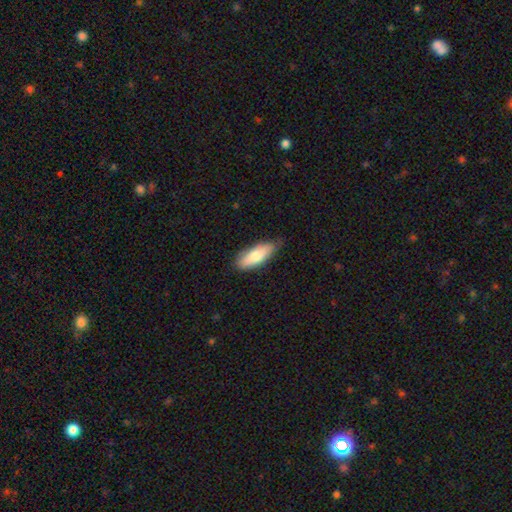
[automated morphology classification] Q: Smooth or featured?
A: smooth (75%); runner-up: featured or disk (19%)
Q: How rounded?
A: in between (71%); runner-up: cigar-shaped (27%)
Q: Merging?
A: none (74%); runner-up: minor disturbance (21%)